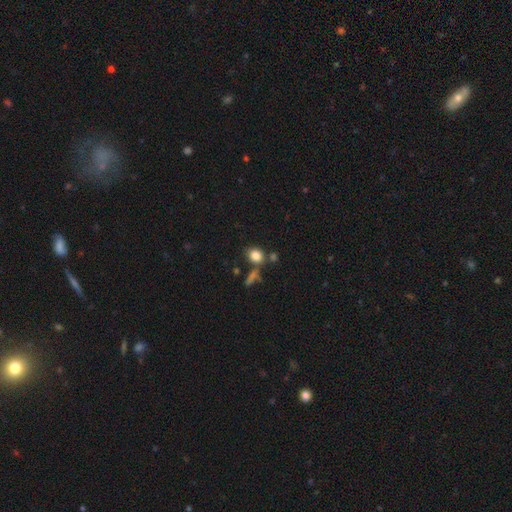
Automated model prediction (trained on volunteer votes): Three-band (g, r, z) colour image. It shows a smooth galaxy with no disk features (83%) that is in between round and cigar-shaped (50%). Merging: none (64%).